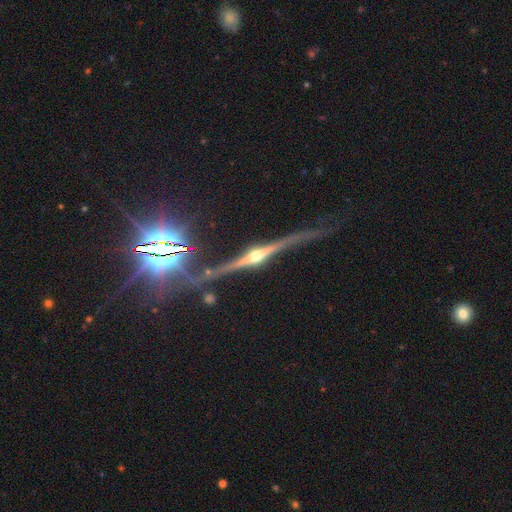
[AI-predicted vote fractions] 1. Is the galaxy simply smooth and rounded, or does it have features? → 86% featured or disk, 7% star or artifact, 6% smooth.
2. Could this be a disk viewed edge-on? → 95% yes, 5% no.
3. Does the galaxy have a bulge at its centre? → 93% rounded, 4% boxy, 3% none.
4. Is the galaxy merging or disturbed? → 70% none, 15% minor disturbance, 8% merger, 7% major disturbance.